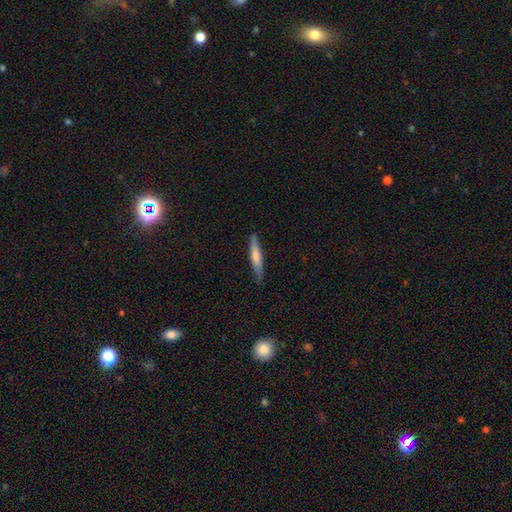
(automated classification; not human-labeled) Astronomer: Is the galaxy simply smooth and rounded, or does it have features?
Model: smooth — 60%.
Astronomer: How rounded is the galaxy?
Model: cigar-shaped — 93%.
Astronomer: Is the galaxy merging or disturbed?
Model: none — 87%.